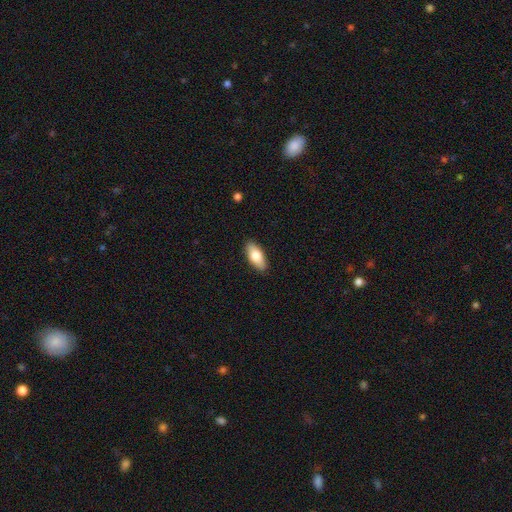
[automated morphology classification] Overall: smooth (75%). How rounded: in between (83%). Merging: none (89%).